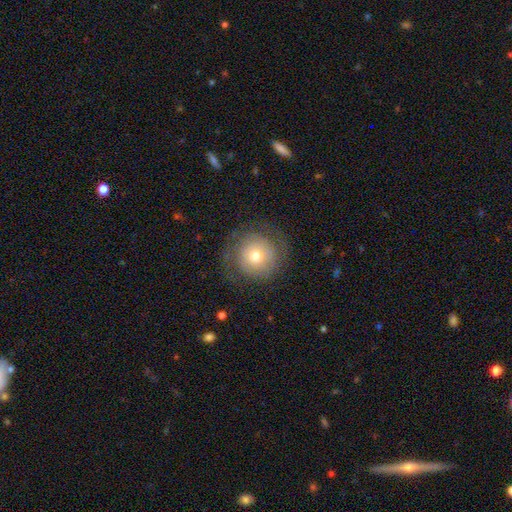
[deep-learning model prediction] A smooth galaxy with no disk features (52%) that is round (93%). Merging: none (75%).